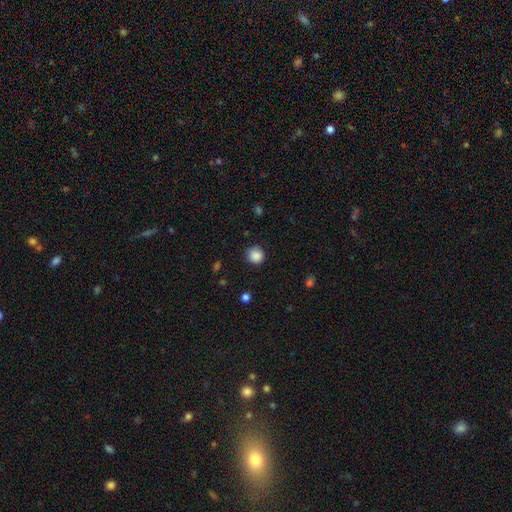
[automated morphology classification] Q: Smooth or featured?
A: smooth (87%); runner-up: star or artifact (10%)
Q: How rounded?
A: round (92%); runner-up: in between (7%)
Q: Merging?
A: none (86%); runner-up: minor disturbance (10%)